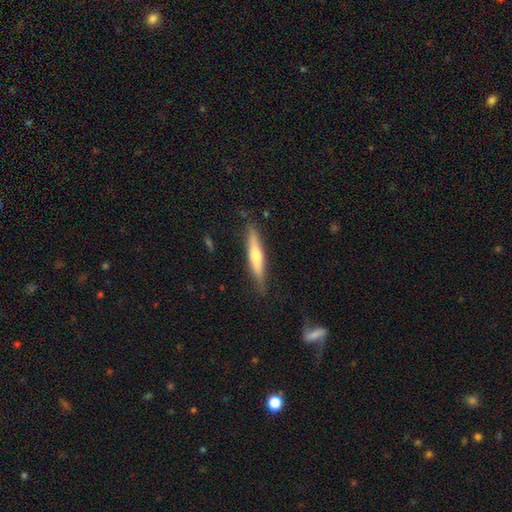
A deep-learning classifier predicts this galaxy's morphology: Smooth or featured? Predicted: featured or disk (p=0.49). Merging? Predicted: none (p=0.84).